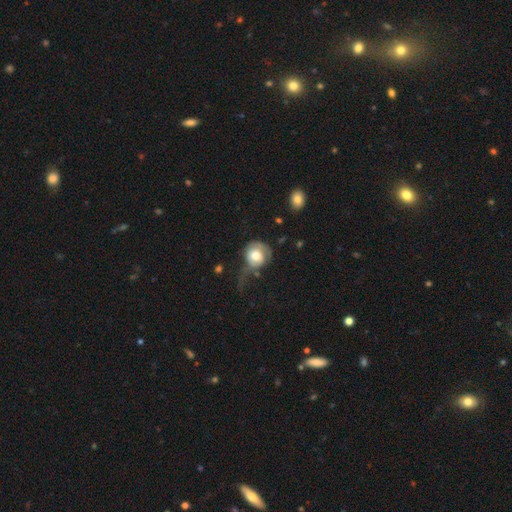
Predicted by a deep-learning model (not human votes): Smooth or featured?
  - smooth: 59% *
  - featured or disk: 34%
  - star or artifact: 7%
How rounded?
  - round: 78% *
  - in between: 21%
  - cigar-shaped: 1%
Merging?
  - major disturbance: 42% *
  - none: 28%
  - minor disturbance: 26%
  - merger: 4%